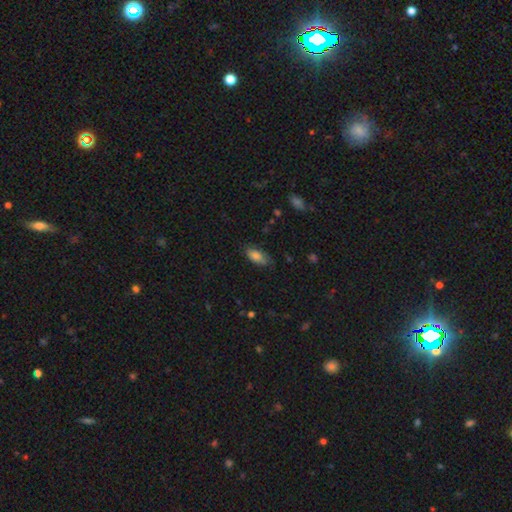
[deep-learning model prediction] Smooth or featured? Predicted: smooth (p=0.81). How rounded? Predicted: in between (p=0.88). Merging? Predicted: none (p=0.72).